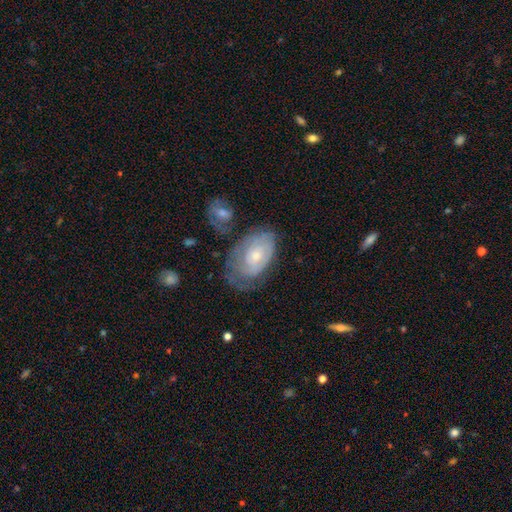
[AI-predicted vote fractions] This is possibly a featured or disk galaxy (60%). It is clearly not viewed edge-on (94%). Bar: likely no (78%). Spiral arm pattern: likely yes (67%). Central bulge: possibly small (51%). Merging: possibly none (51%).